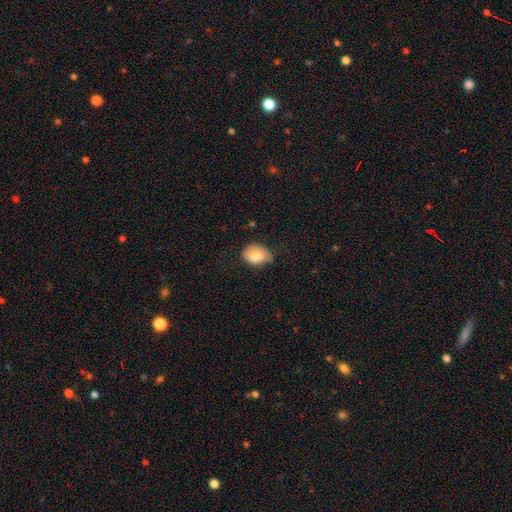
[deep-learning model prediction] A smooth galaxy with no disk features (76%) that is in between round and cigar-shaped (77%).

Vote fractions:
- Smooth or featured? smooth: 76% / featured or disk: 17% / star or artifact: 7%
- How rounded? in between: 77% / round: 22% / cigar-shaped: 1%
- Merging? none: 50% / minor disturbance: 37% / major disturbance: 11% / merger: 2%